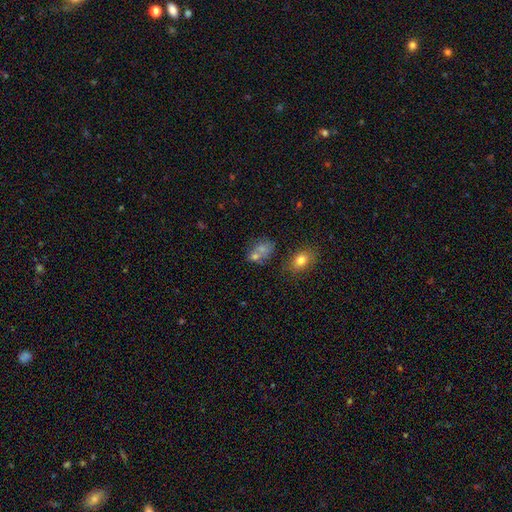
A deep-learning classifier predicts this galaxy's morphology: Smooth or featured? smooth (64%)
How rounded? in between (55%)
Merging? merger (42%)